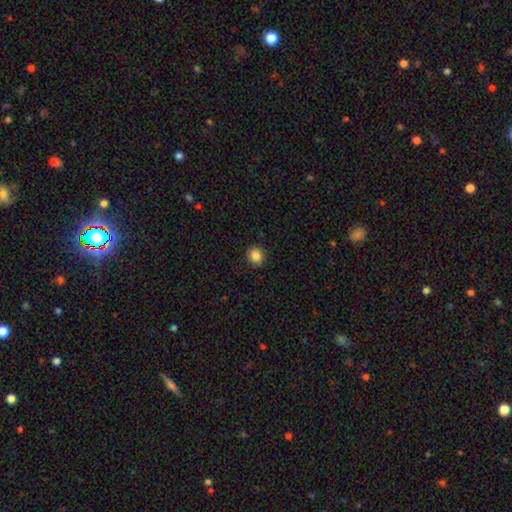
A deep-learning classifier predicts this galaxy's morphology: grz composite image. It shows a smooth galaxy with no disk features (85%) that is round (79%). Merging: none (91%).